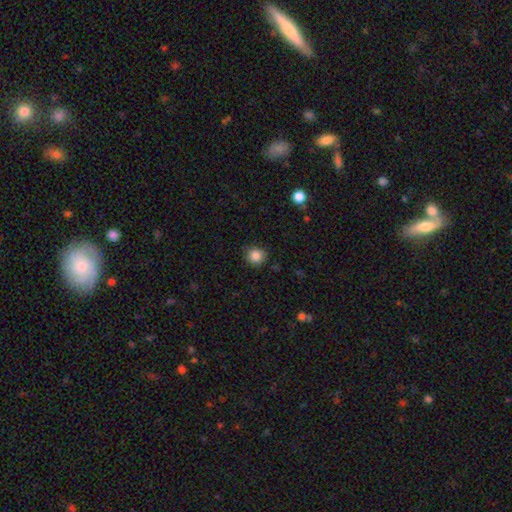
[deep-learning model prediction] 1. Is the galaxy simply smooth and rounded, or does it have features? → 84% smooth, 11% star or artifact, 5% featured or disk.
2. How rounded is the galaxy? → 90% round, 9% in between, 1% cigar-shaped.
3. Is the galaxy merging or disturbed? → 85% none, 11% minor disturbance, 2% major disturbance, 1% merger.